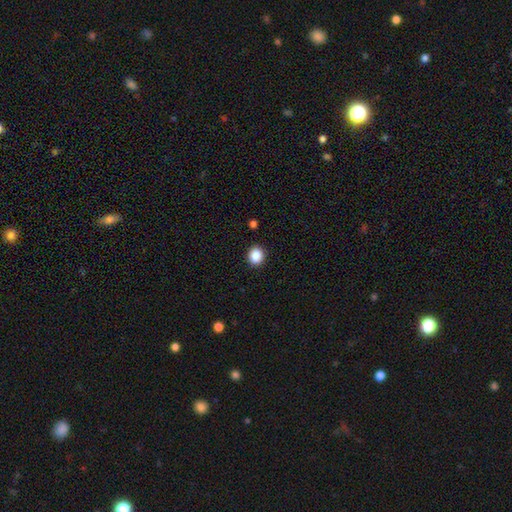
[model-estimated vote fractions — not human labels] Smooth or featured? Predicted: smooth (p=0.88). How rounded? Predicted: round (p=0.77). Merging? Predicted: none (p=0.91).